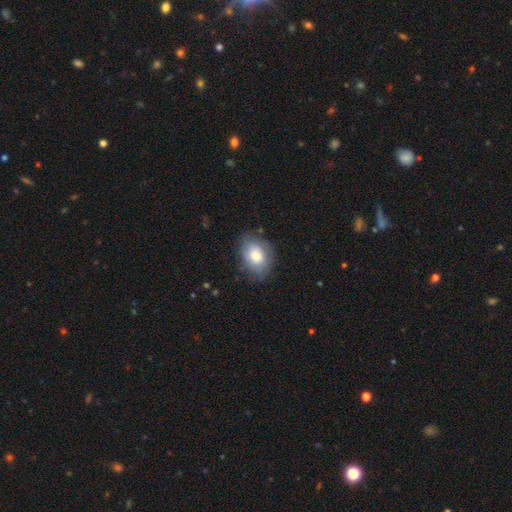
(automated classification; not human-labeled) Smooth or featured? Predicted: smooth (p=0.73). How rounded? Predicted: in between (p=0.74). Merging? Predicted: none (p=0.70).